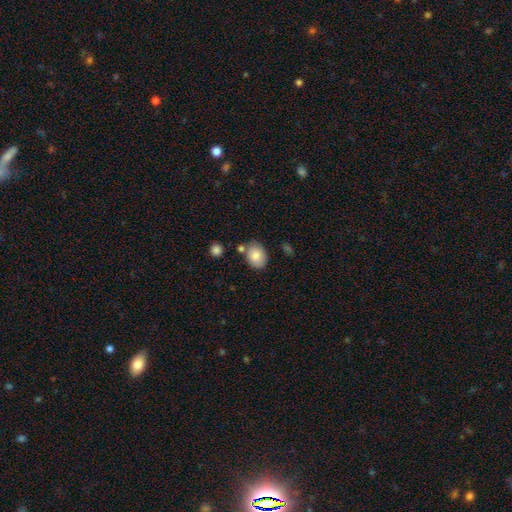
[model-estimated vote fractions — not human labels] The model was most divided on "how rounded": in between: 68%, round: 31%, cigar-shaped: 1%. More confident: smooth or featured — smooth (83%); merging — none (73%).